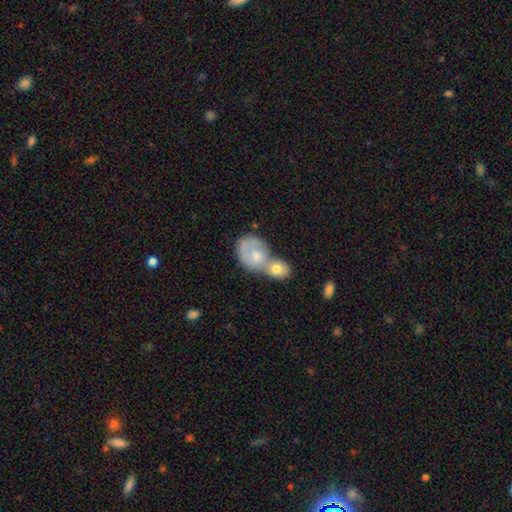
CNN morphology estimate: smooth 52%, featured or disk 40%, star or artifact 8%. Down the decision tree: how rounded — in between (54%); merging — merger (69%).